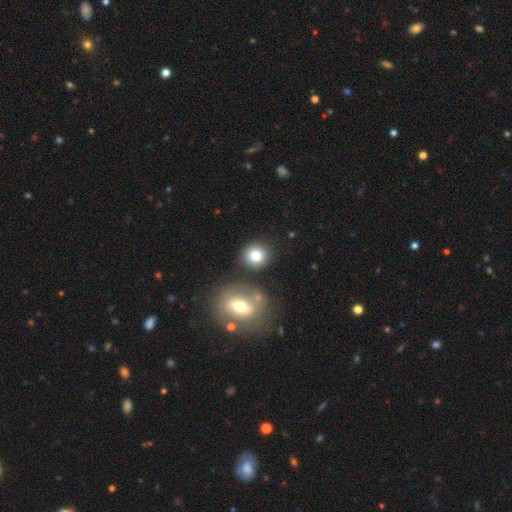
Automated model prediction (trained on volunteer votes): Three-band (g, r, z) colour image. It shows a smooth galaxy with no disk features (80%) that is round (89%). Merging: none (79%).